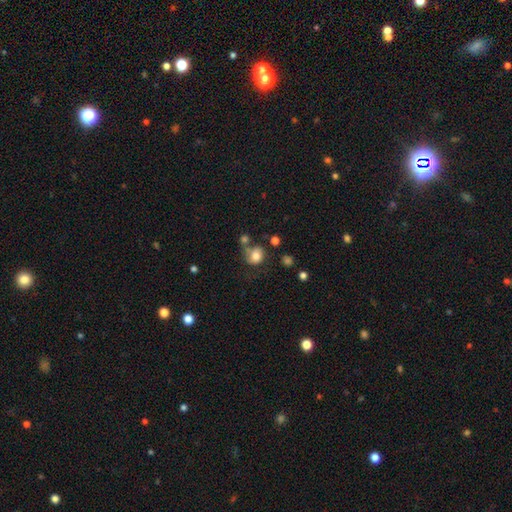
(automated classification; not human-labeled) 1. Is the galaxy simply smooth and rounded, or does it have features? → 75% smooth, 14% featured or disk, 10% star or artifact.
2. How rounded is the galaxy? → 65% round, 34% in between, 1% cigar-shaped.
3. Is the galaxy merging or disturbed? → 46% none, 22% merger, 20% minor disturbance, 13% major disturbance.